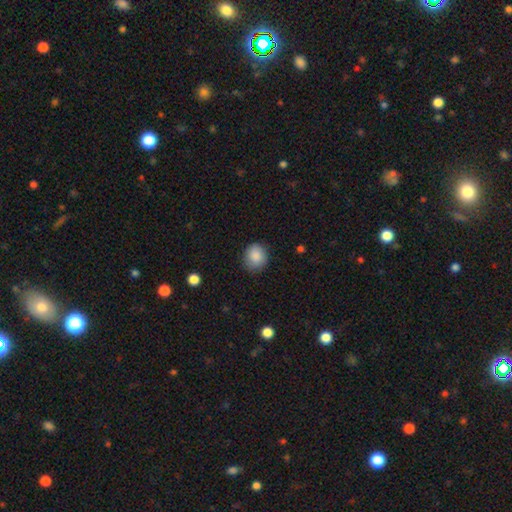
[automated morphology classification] This appears to be a smooth galaxy with no disk features (88%) that is round (80%). Merging: none (83%).